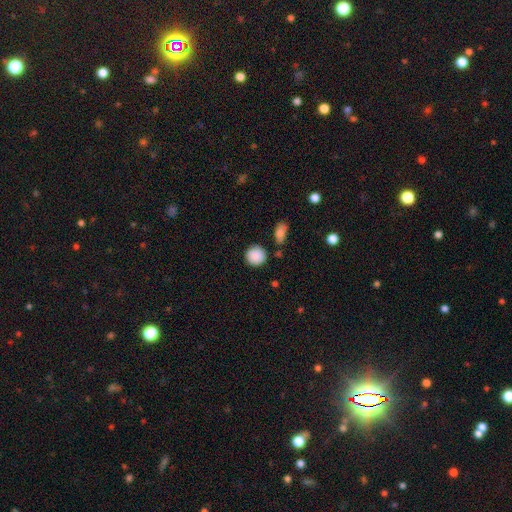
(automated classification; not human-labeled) smooth-or-featured: smooth: 89% | star or artifact: 8% | featured or disk: 3%
  how-rounded: round: 89% | in between: 10% | cigar-shaped: 1%
  merging: none: 81% | minor disturbance: 11% | merger: 5% | major disturbance: 3%